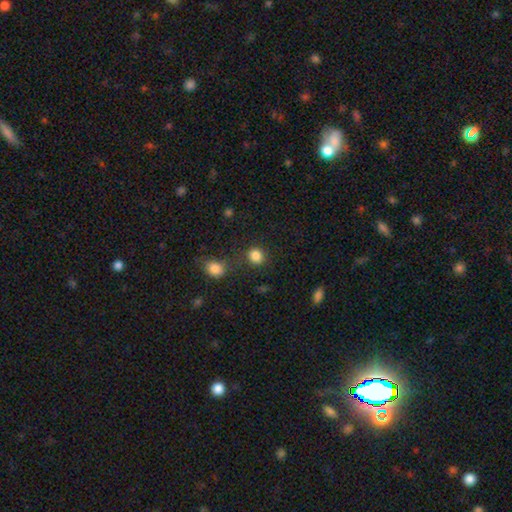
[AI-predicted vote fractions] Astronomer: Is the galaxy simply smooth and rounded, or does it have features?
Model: smooth — 85%.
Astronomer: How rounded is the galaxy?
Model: round — 78%.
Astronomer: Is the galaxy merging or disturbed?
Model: none — 75%.